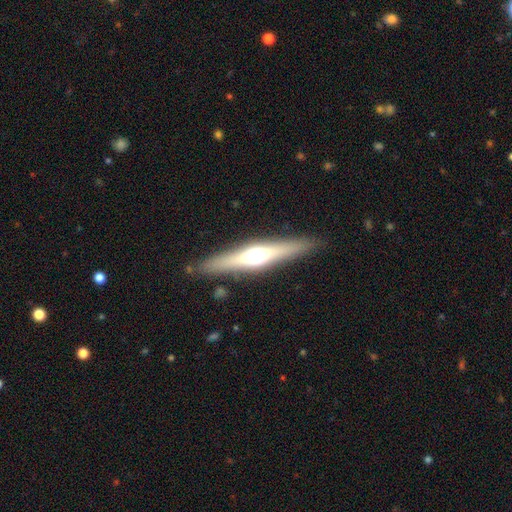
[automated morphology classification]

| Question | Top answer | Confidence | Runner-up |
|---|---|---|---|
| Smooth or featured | featured or disk | 61% | smooth (32%) |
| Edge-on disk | yes | 93% | no (7%) |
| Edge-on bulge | rounded | 93% | boxy (4%) |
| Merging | none | 88% | minor disturbance (8%) |